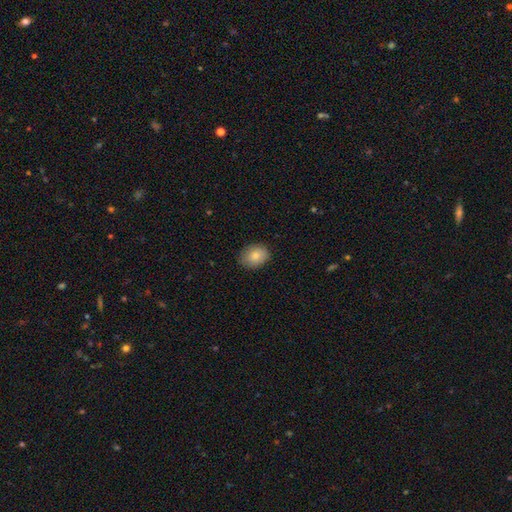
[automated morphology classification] Smooth or featured?
  - smooth: 83% *
  - featured or disk: 10%
  - star or artifact: 8%
How rounded?
  - in between: 59% *
  - round: 40%
  - cigar-shaped: 1%
Merging?
  - none: 83% *
  - minor disturbance: 14%
  - major disturbance: 3%
  - merger: 1%